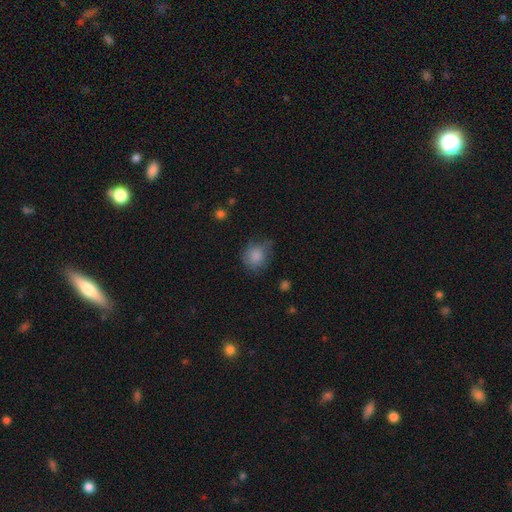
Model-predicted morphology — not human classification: The model was most divided on "merging": none: 59%, minor disturbance: 29%, major disturbance: 10%, merger: 2%. More confident: smooth or featured — smooth (83%); how rounded — round (78%).